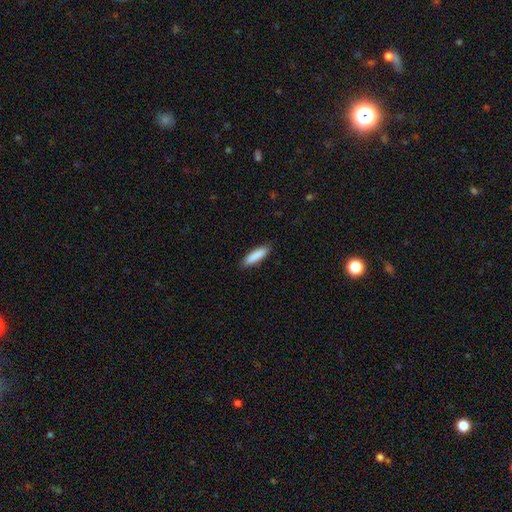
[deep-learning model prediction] Q: Smooth or featured?
A: smooth (88%); runner-up: featured or disk (6%)
Q: How rounded?
A: cigar-shaped (69%); runner-up: in between (29%)
Q: Merging?
A: none (88%); runner-up: minor disturbance (10%)